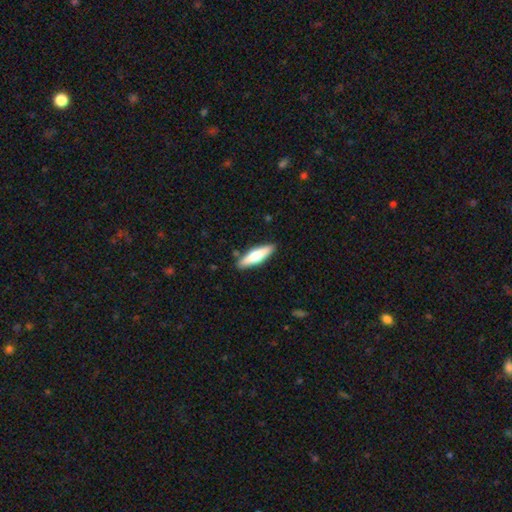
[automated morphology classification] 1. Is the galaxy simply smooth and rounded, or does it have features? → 55% smooth, 40% featured or disk, 5% star or artifact.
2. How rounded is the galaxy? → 65% cigar-shaped, 33% in between, 2% round.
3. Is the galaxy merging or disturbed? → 88% none, 8% minor disturbance, 2% major disturbance, 2% merger.